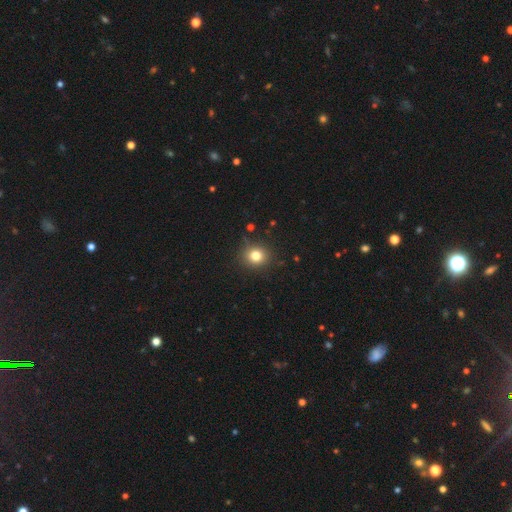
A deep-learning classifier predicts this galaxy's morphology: This appears to be a smooth galaxy with no disk features (79%) that is round (83%). Merging: none (85%).